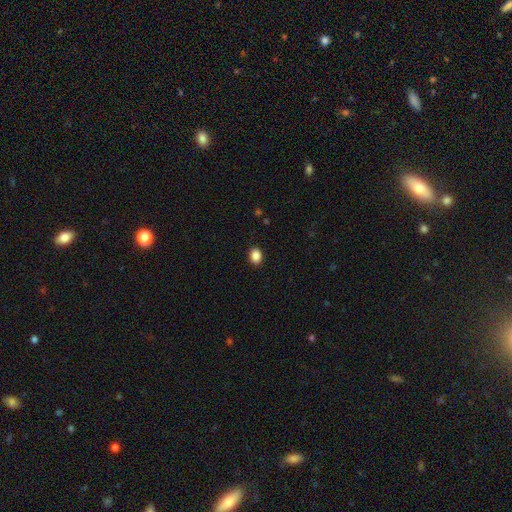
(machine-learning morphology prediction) Smooth or featured: smooth — 88% (star or artifact — 9%)
How rounded: in between — 67% (round — 32%)
Merging: none — 90% (minor disturbance — 7%)